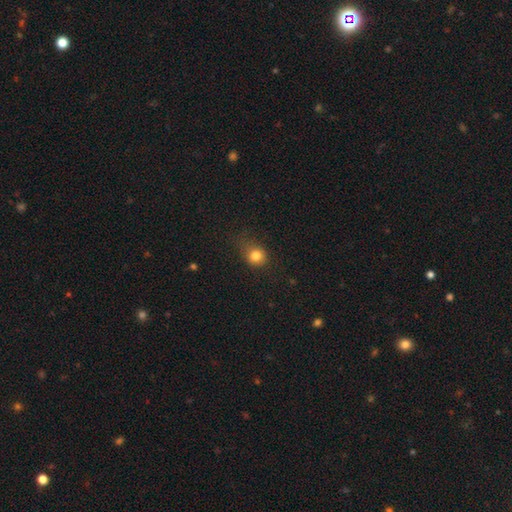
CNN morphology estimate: A smooth galaxy with no disk features (80%) that is round (77%).

Vote fractions:
- Smooth or featured? smooth: 80% / star or artifact: 13% / featured or disk: 7%
- How rounded? round: 77% / in between: 22% / cigar-shaped: 1%
- Merging? none: 58% / minor disturbance: 27% / major disturbance: 13% / merger: 2%